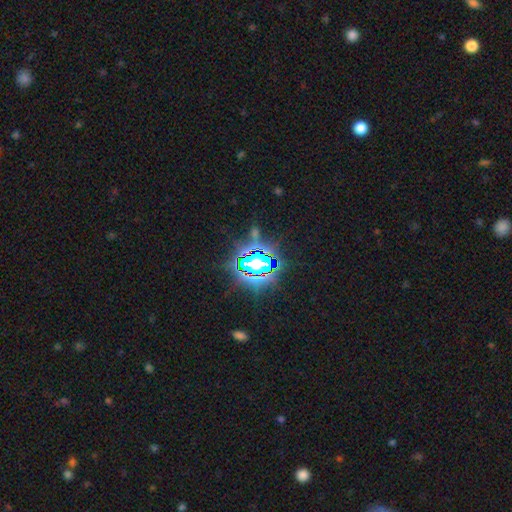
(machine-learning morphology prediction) Overall: star or artifact (82%).